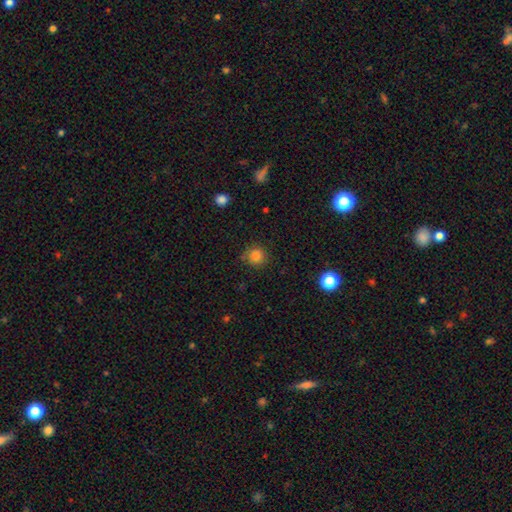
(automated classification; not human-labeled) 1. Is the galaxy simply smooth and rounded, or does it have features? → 84% smooth, 13% star or artifact, 4% featured or disk.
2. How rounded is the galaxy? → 91% round, 8% in between, 1% cigar-shaped.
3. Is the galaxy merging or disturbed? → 81% none, 13% minor disturbance, 4% major disturbance, 3% merger.